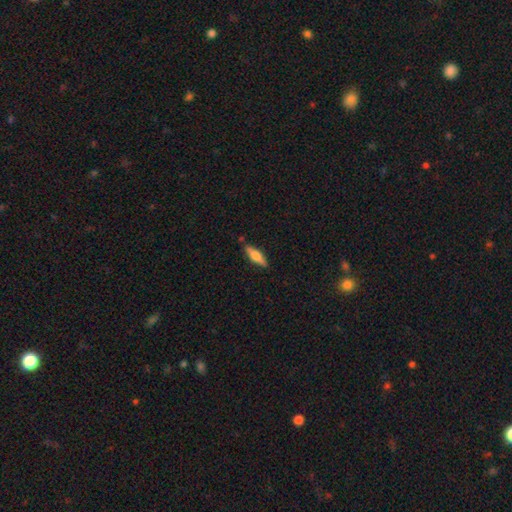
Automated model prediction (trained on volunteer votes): A smooth galaxy with no disk features (55%) that is cigar-shaped (58%).

Vote fractions:
- Smooth or featured? smooth: 55% / featured or disk: 39% / star or artifact: 6%
- How rounded? cigar-shaped: 58% / in between: 40% / round: 2%
- Merging? none: 84% / minor disturbance: 11% / merger: 2% / major disturbance: 2%